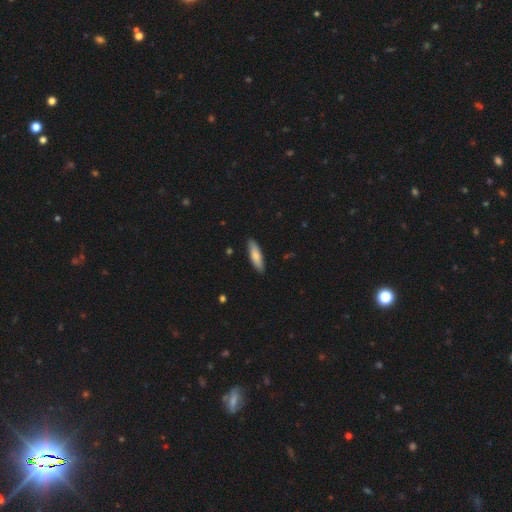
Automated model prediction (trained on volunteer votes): The model was most divided on "how rounded": cigar-shaped: 61%, in between: 38%, round: 1%. More confident: merging — none (89%); smooth or featured — smooth (81%).